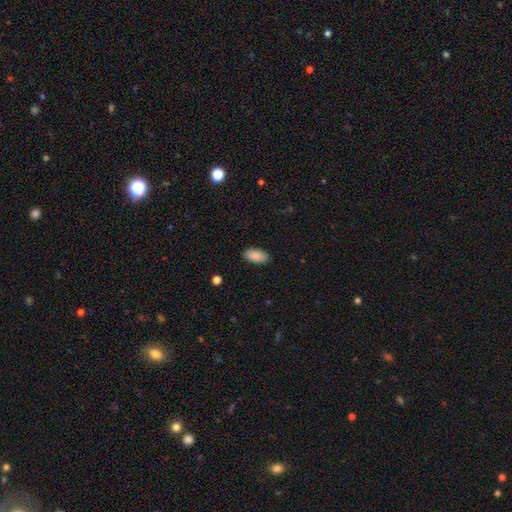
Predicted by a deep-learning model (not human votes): The model was most divided on "merging": none: 89%, minor disturbance: 8%, major disturbance: 2%, merger: 1%. More confident: how rounded — in between (94%); smooth or featured — smooth (87%).